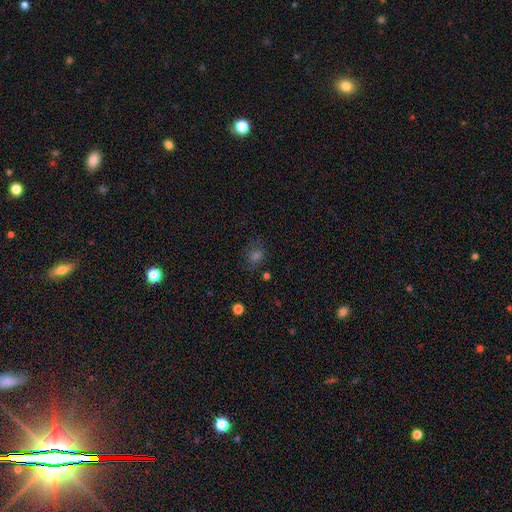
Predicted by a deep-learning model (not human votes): smooth_or_featured: smooth (p=0.50) [alt: star or artifact p=0.34]
merging: none (p=0.73) [alt: minor disturbance p=0.16]